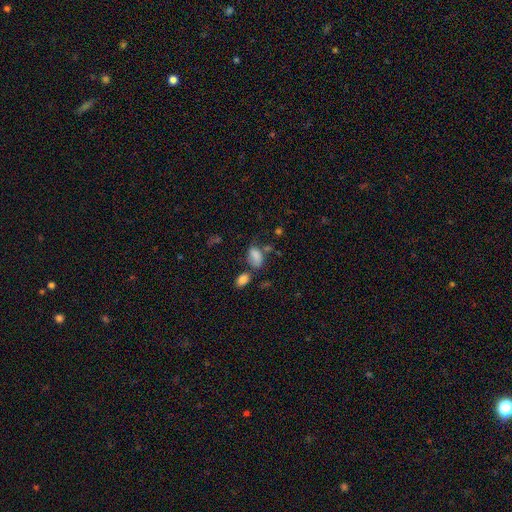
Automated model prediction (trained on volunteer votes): This appears to be a smooth galaxy with no disk features (77%) that is in between round and cigar-shaped (88%). Merging: none (39%).